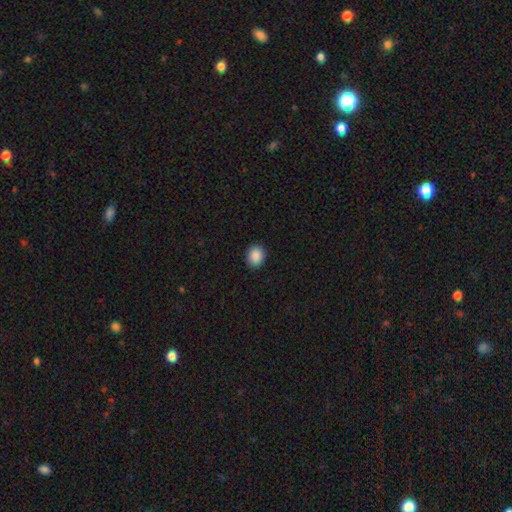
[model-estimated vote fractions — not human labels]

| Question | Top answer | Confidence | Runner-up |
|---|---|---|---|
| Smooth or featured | smooth | 88% | star or artifact (9%) |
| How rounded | round | 61% | in between (38%) |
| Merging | none | 91% | minor disturbance (6%) |